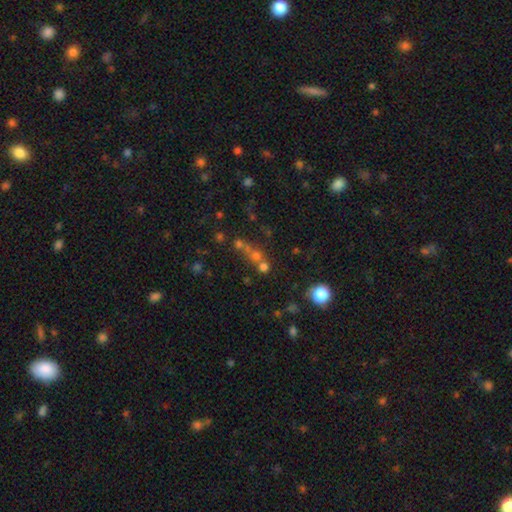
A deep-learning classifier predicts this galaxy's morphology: This is possibly a smooth galaxy (50%). How rounded: clearly round (84%). Merging: possibly none (47%).